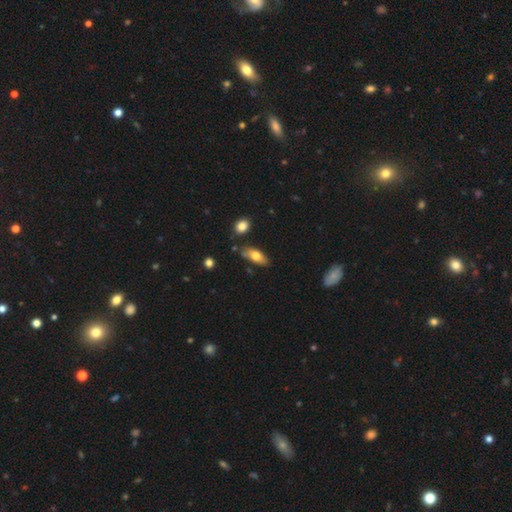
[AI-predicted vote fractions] smooth-or-featured: smooth: 73% | featured or disk: 21% | star or artifact: 6%
  how-rounded: in between: 79% | cigar-shaped: 18% | round: 3%
  merging: none: 74% | minor disturbance: 18% | merger: 5% | major disturbance: 3%